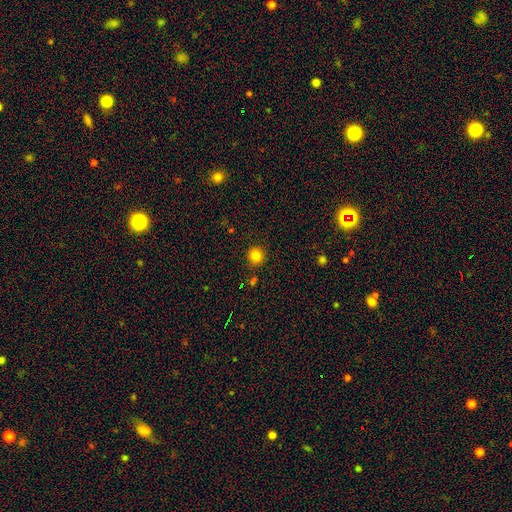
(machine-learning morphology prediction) This appears to be a smooth galaxy with no disk features (83%) that is round (92%). Merging: none (88%).